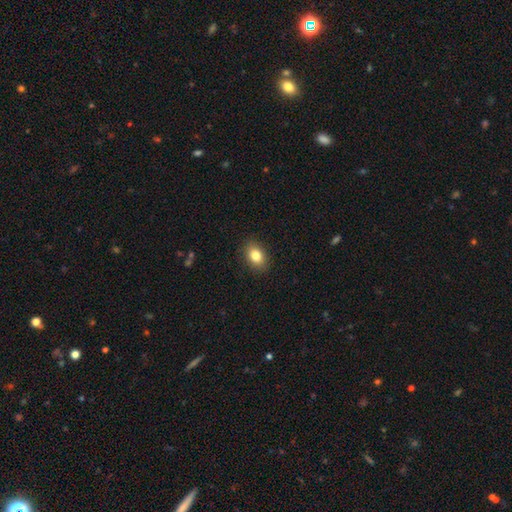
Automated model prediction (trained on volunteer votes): Overall: smooth (83%). How rounded: in between (77%). Merging: none (88%).